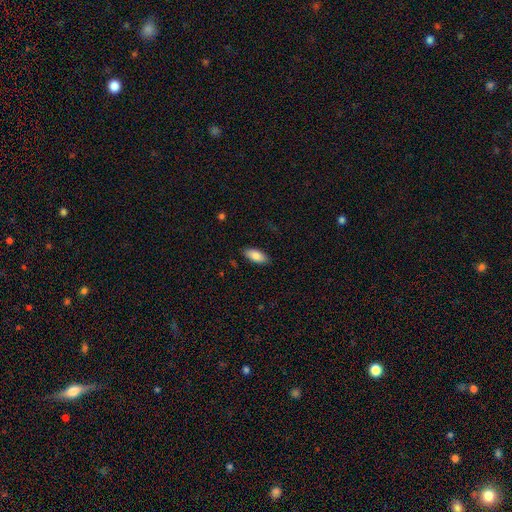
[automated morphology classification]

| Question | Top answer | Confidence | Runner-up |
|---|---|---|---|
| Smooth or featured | smooth | 85% | featured or disk (8%) |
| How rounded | in between | 86% | cigar-shaped (12%) |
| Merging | none | 86% | minor disturbance (11%) |